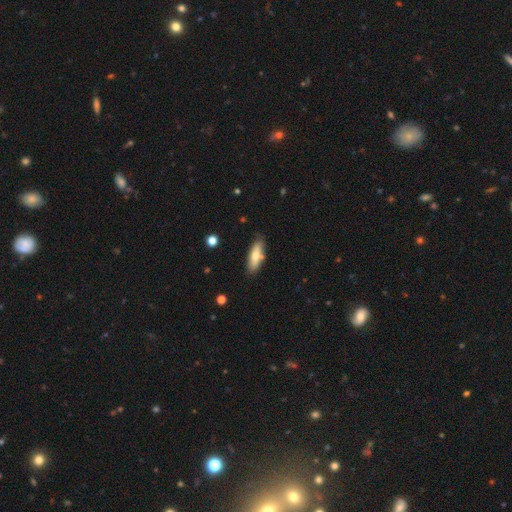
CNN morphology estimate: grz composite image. It shows a smooth galaxy with no disk features (64%) that is in between round and cigar-shaped (55%). Merging: none (79%).